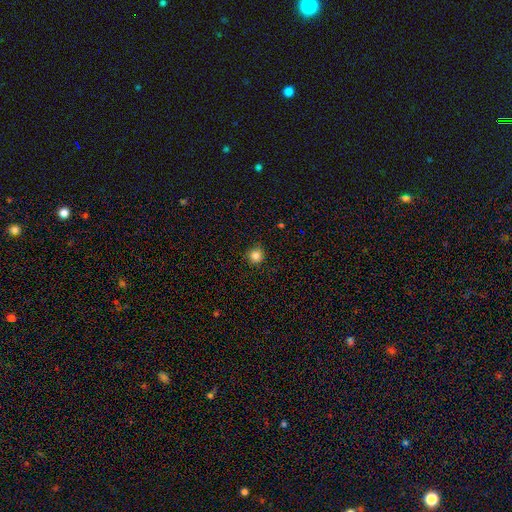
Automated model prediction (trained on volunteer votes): Morphology: type=smooth (85%); roundness=round (94%); merging=none (90%).